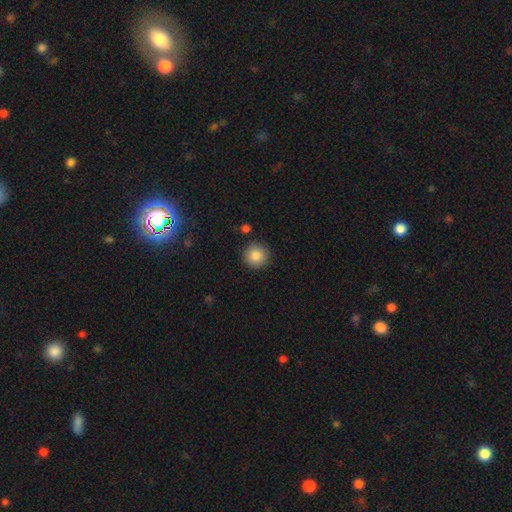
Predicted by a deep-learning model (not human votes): Morphology: type=smooth (85%); roundness=round (95%); merging=none (90%).